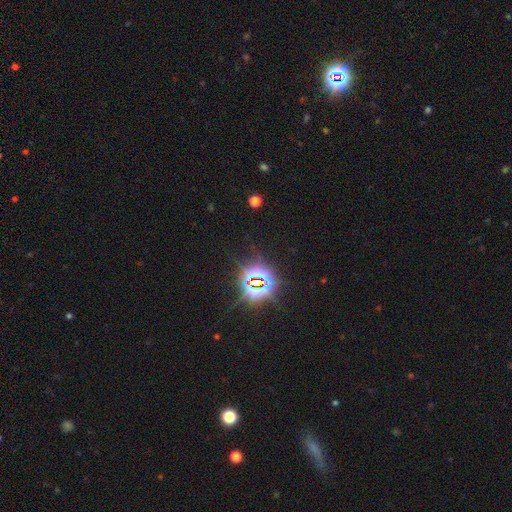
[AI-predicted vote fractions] Q: Smooth or featured?
A: star or artifact (82%); runner-up: smooth (12%)